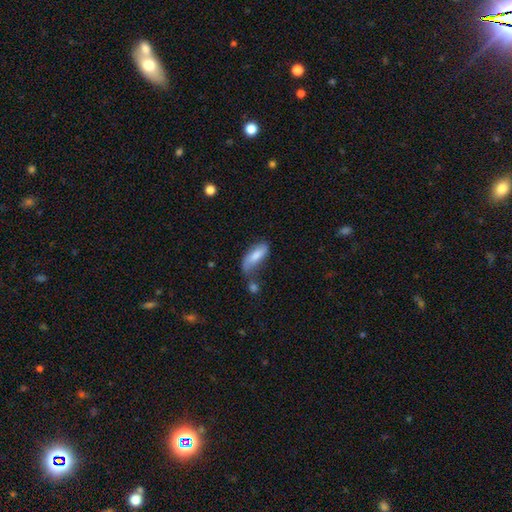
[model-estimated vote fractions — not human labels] Smooth or featured: smooth — 73% (featured or disk — 21%)
How rounded: in between — 76% (cigar-shaped — 22%)
Merging: none — 39% (minor disturbance — 29%)